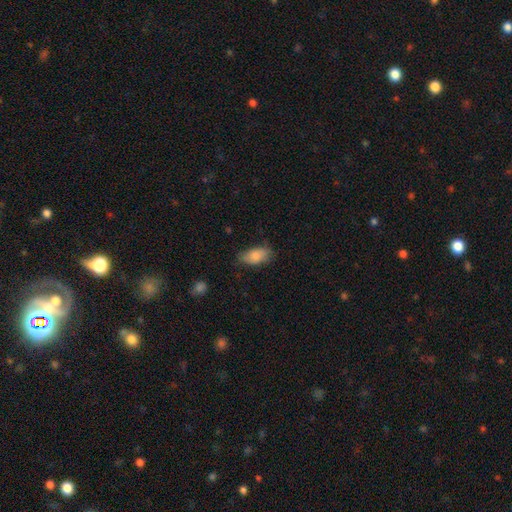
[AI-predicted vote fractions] Q: Smooth or featured?
A: smooth (83%); runner-up: featured or disk (10%)
Q: How rounded?
A: in between (91%); runner-up: cigar-shaped (5%)
Q: Merging?
A: none (65%); runner-up: minor disturbance (26%)